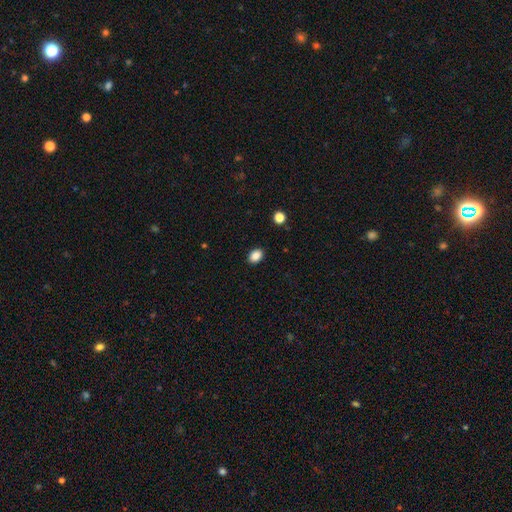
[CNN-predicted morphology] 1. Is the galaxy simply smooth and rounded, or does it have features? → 87% smooth, 10% star or artifact, 3% featured or disk.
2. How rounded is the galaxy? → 72% in between, 27% round, 1% cigar-shaped.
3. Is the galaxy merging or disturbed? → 90% none, 7% minor disturbance, 2% major disturbance, 1% merger.